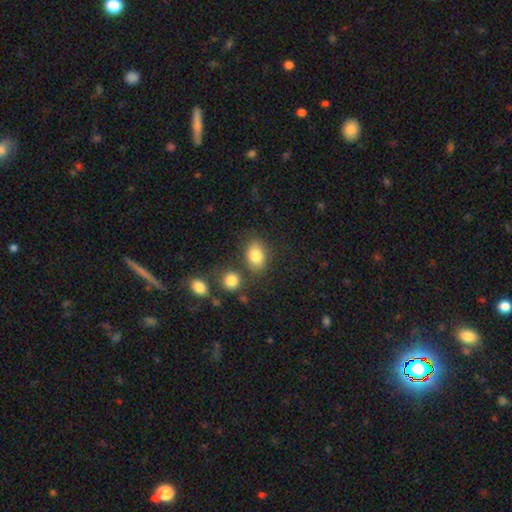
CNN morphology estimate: type=smooth (81%); roundness=in between (76%); merging=none (72%).